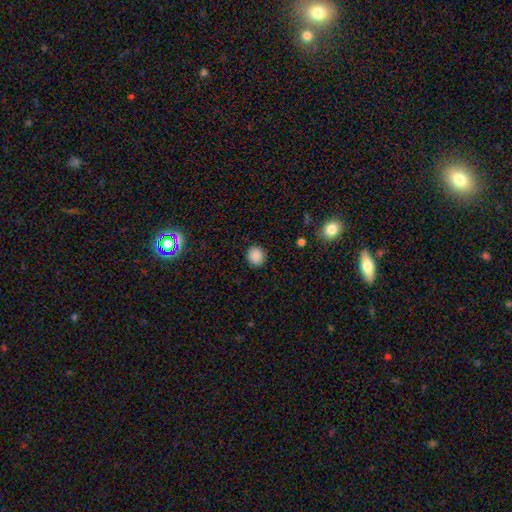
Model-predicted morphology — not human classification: Smooth or featured? smooth (88%)
How rounded? round (83%)
Merging? none (89%)